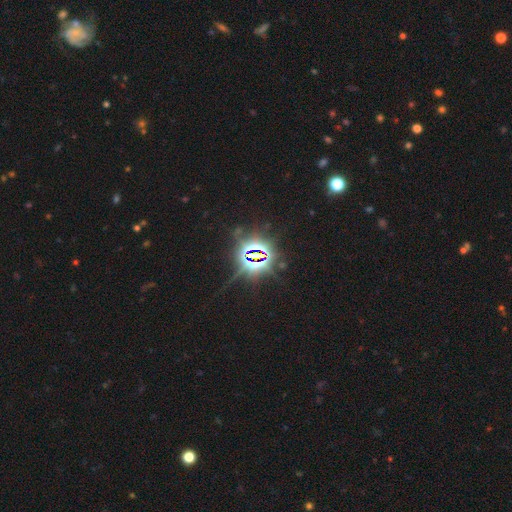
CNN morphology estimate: The model was most divided on "smooth or featured": star or artifact: 84%, smooth: 8%, featured or disk: 8%.